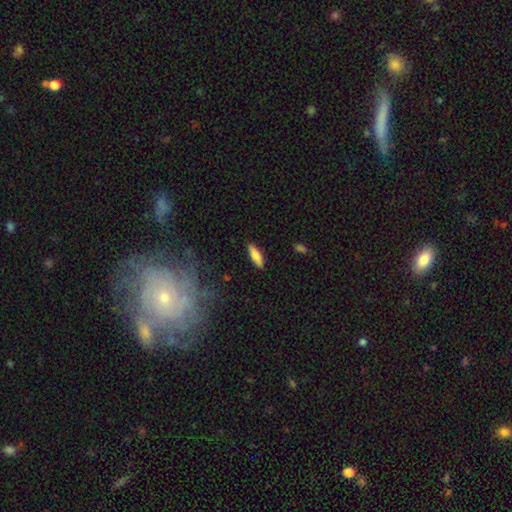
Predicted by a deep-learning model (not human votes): A smooth galaxy with no disk features (76%) that is cigar-shaped (50%).

Vote fractions:
- Smooth or featured? smooth: 76% / featured or disk: 18% / star or artifact: 7%
- How rounded? cigar-shaped: 50% / in between: 49% / round: 2%
- Merging? none: 87% / minor disturbance: 9% / major disturbance: 2% / merger: 1%